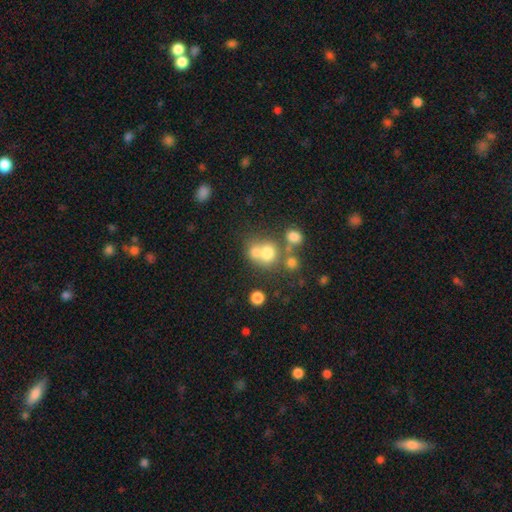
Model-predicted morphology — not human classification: Smooth or featured?
  - smooth: 69% *
  - featured or disk: 16%
  - star or artifact: 15%
How rounded?
  - round: 76% *
  - in between: 23%
  - cigar-shaped: 1%
Merging?
  - merger: 47% *
  - none: 39%
  - minor disturbance: 8%
  - major disturbance: 5%